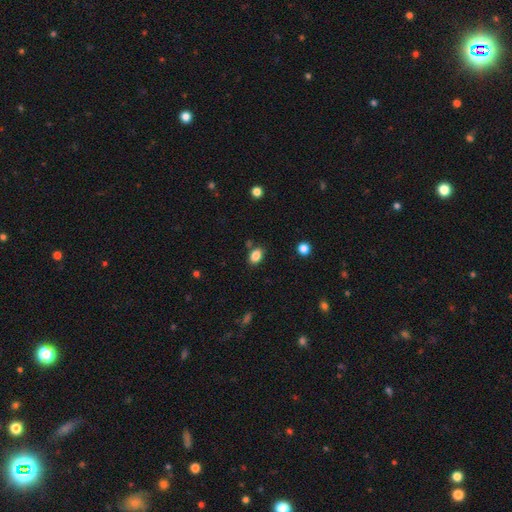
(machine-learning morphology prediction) Smooth or featured? Predicted: smooth (p=0.85). How rounded? Predicted: in between (p=0.79). Merging? Predicted: none (p=0.78).